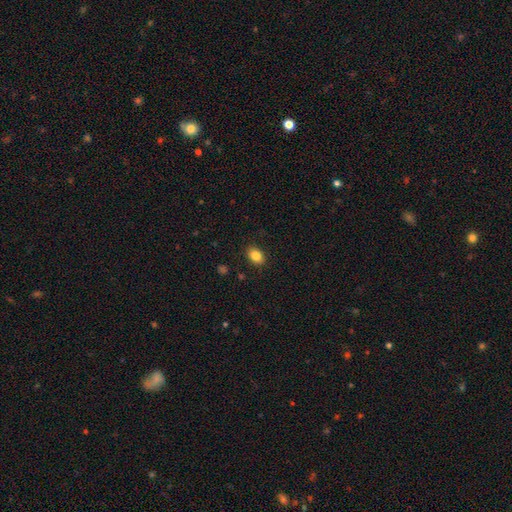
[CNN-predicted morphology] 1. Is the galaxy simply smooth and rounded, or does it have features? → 85% smooth, 9% star or artifact, 6% featured or disk.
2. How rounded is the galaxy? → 79% in between, 20% round, 1% cigar-shaped.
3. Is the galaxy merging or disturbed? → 89% none, 8% minor disturbance, 2% major disturbance, 1% merger.